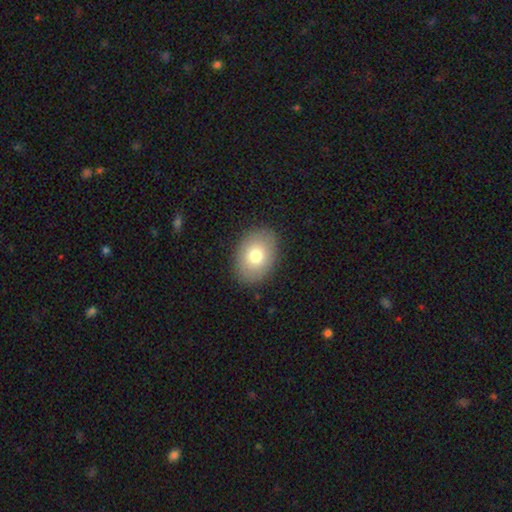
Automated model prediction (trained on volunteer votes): Smooth or featured: smooth — 77% (featured or disk — 15%)
How rounded: in between — 75% (round — 24%)
Merging: none — 88% (minor disturbance — 9%)